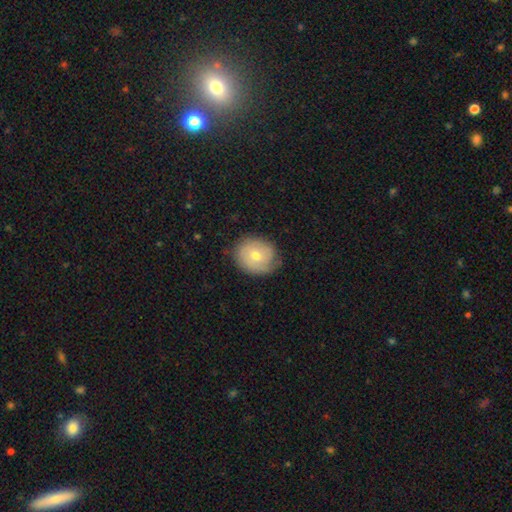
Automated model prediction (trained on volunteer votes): smooth-or-featured: smooth: 51% | featured or disk: 41% | star or artifact: 8%
  how-rounded: round: 74% | in between: 25% | cigar-shaped: 1%
  merging: none: 73% | minor disturbance: 20% | major disturbance: 5% | merger: 1%